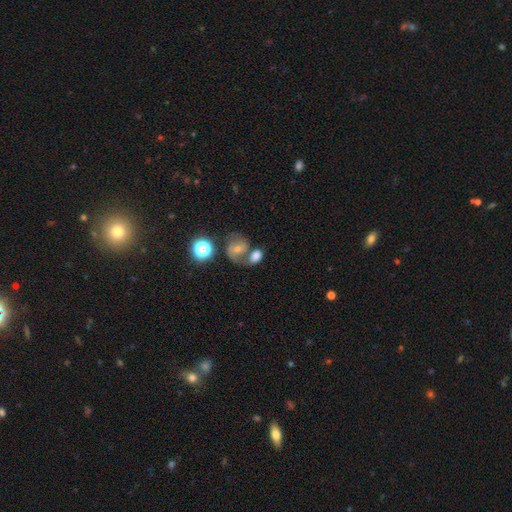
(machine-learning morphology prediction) type=smooth (57%); roundness=in between (55%); merging=merger (46%).